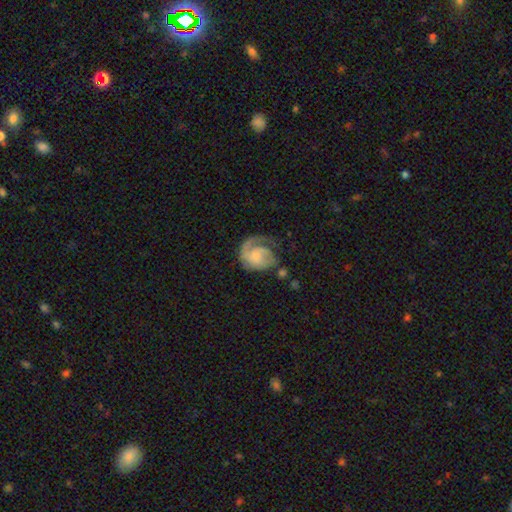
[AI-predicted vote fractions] Smooth or featured: featured or disk — 71% (smooth — 23%)
Edge-on disk: no — 98% (yes — 2%)
Bar: no — 67% (weak — 29%)
Spiral arms: yes — 90% (no — 10%)
Spiral winding: tight — 39% (medium — 38%)
Spiral arm count: 1 — 62% (2 — 22%)
Bulge size: small — 47% (moderate — 29%)
Merging: none — 44% (major disturbance — 29%)